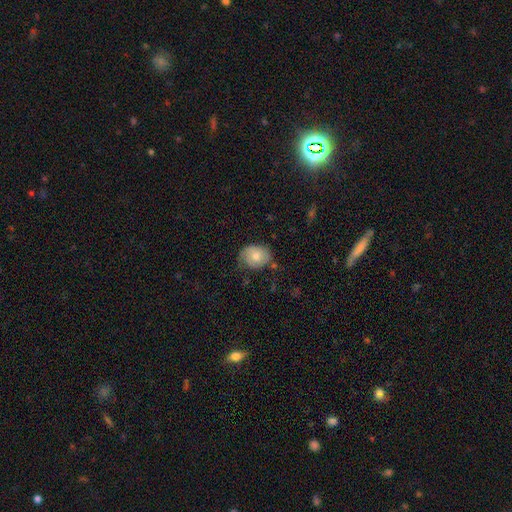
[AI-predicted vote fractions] Smooth or featured: smooth — 63% (featured or disk — 30%)
How rounded: round — 50% (tied with in between — 50%)
Merging: none — 61% (minor disturbance — 28%)